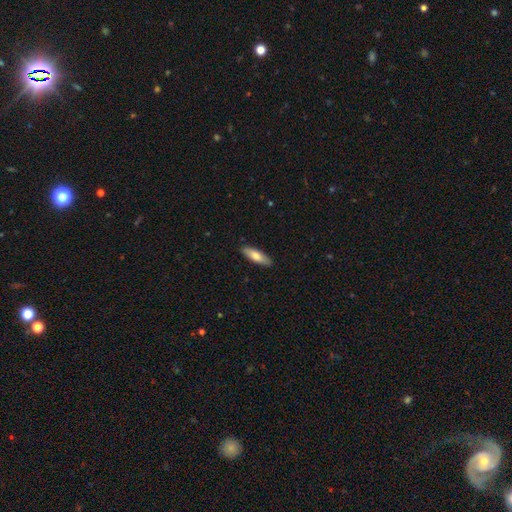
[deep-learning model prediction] This is likely a smooth galaxy (73%). How rounded: possibly cigar-shaped (51%). Merging: clearly none (88%).